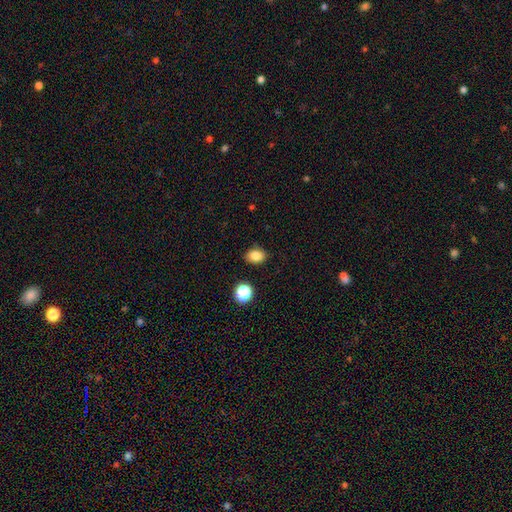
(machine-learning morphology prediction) Smooth or featured? smooth (84%)
How rounded? in between (68%)
Merging? none (84%)